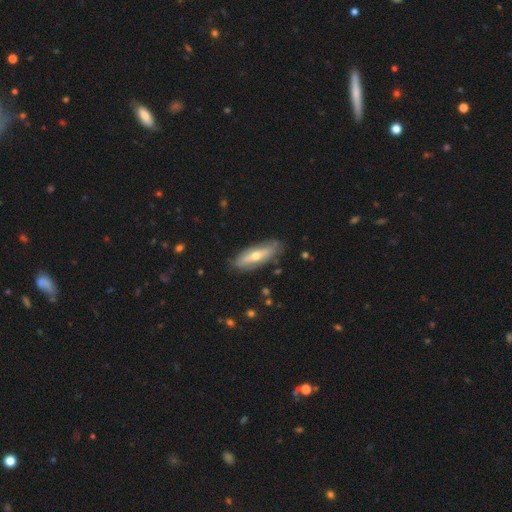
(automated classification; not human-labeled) Smooth or featured? featured or disk (52%)
Edge-on disk? no (57%)
Merging? none (80%)